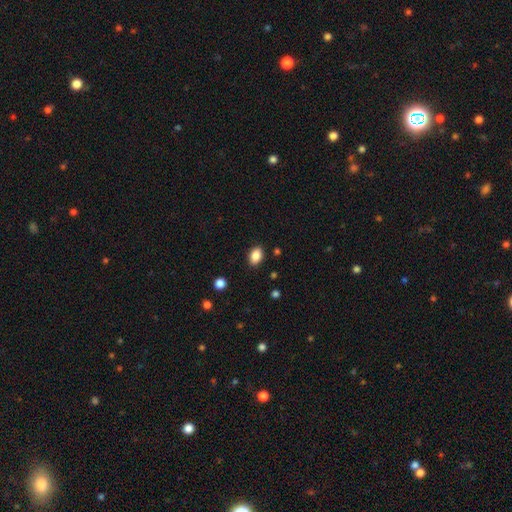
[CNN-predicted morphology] Smooth or featured?
  - smooth: 88% *
  - star or artifact: 8%
  - featured or disk: 4%
How rounded?
  - in between: 87% *
  - round: 12%
  - cigar-shaped: 2%
Merging?
  - none: 88% *
  - minor disturbance: 9%
  - major disturbance: 2%
  - merger: 1%